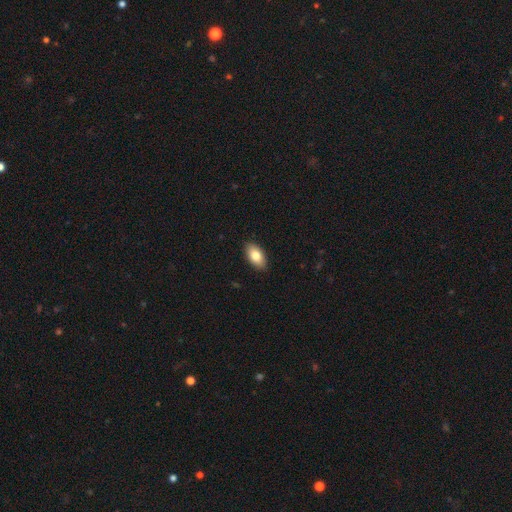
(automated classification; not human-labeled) This is clearly a smooth galaxy (81%). How rounded: clearly in between (93%). Merging: clearly none (89%).